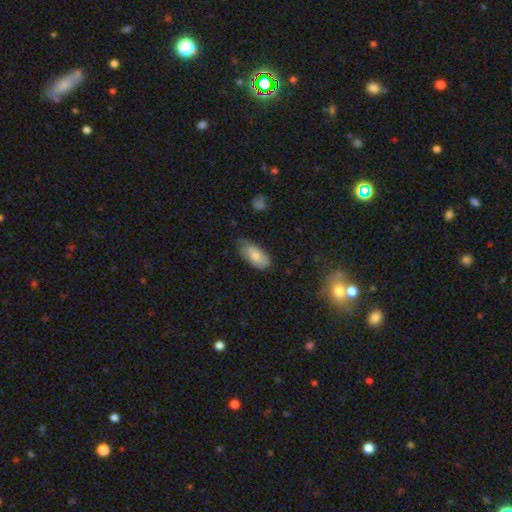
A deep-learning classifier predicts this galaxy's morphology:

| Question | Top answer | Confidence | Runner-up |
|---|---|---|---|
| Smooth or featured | smooth | 82% | featured or disk (12%) |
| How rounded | in between | 92% | cigar-shaped (6%) |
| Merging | none | 59% | minor disturbance (33%) |